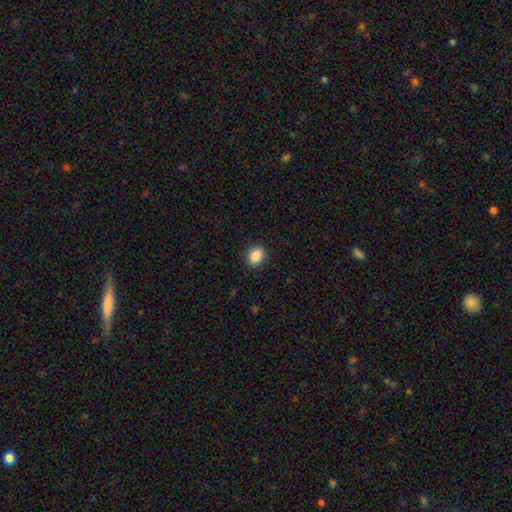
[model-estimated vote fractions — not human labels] Morphology: type=smooth (88%); roundness=in between (51%); merging=none (89%).